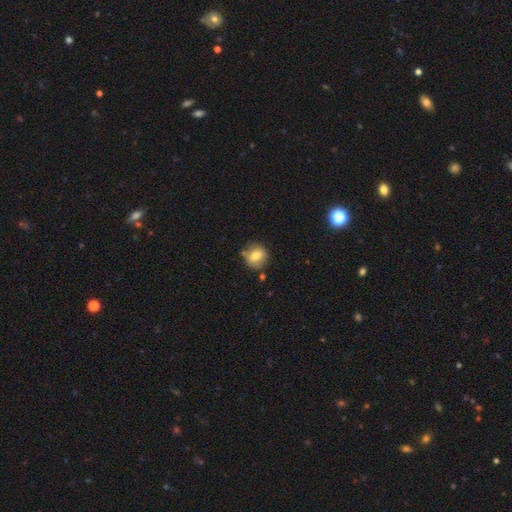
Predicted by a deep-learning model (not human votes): Q: Smooth or featured?
A: smooth (73%); runner-up: featured or disk (18%)
Q: How rounded?
A: round (86%); runner-up: in between (13%)
Q: Merging?
A: none (74%); runner-up: minor disturbance (16%)